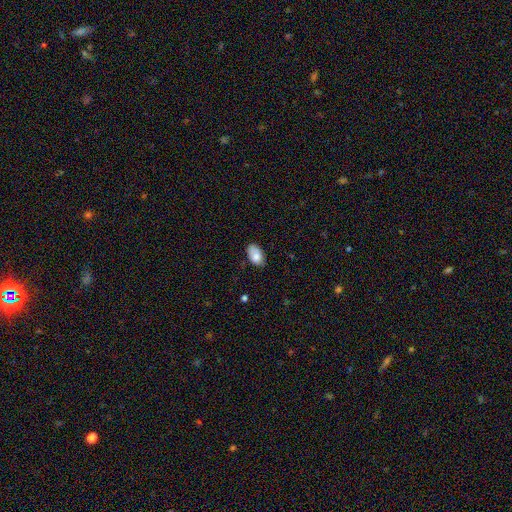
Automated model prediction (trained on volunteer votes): smooth 81%, featured or disk 12%, star or artifact 8%. Down the decision tree: how rounded — in between (93%); merging — none (64%).